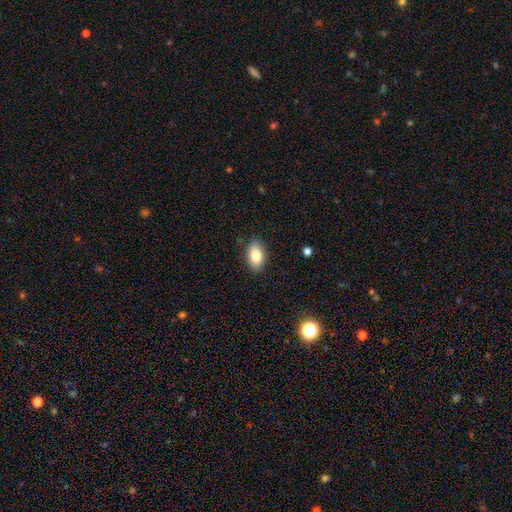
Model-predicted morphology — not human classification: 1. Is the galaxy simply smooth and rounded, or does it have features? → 83% smooth, 10% featured or disk, 7% star or artifact.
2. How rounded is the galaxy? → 92% in between, 5% round, 3% cigar-shaped.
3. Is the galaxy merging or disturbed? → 87% none, 10% minor disturbance, 2% major disturbance, 1% merger.